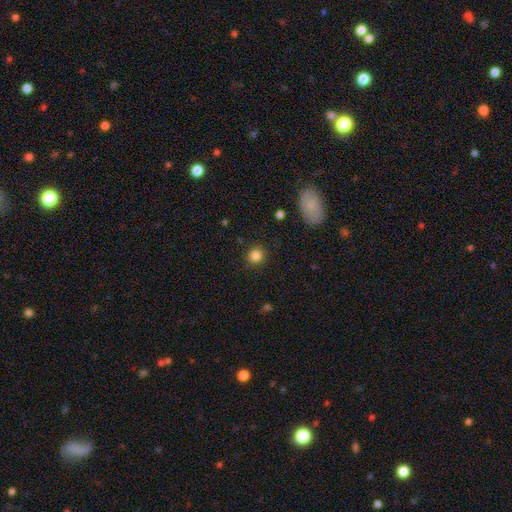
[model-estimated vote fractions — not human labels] Q: Smooth or featured?
A: smooth (84%); runner-up: star or artifact (11%)
Q: How rounded?
A: round (90%); runner-up: in between (9%)
Q: Merging?
A: none (89%); runner-up: minor disturbance (7%)